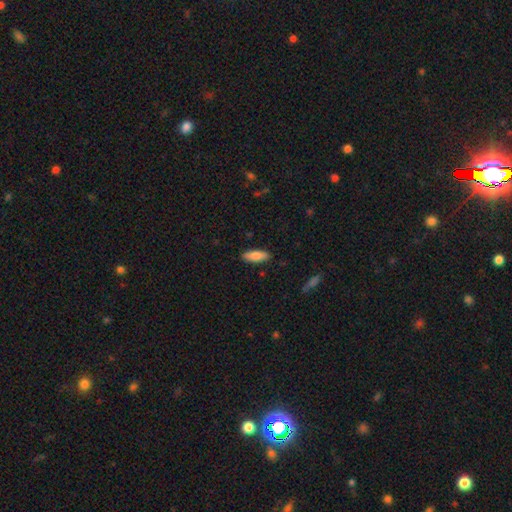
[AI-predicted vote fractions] smooth 82%, featured or disk 12%, star or artifact 6%. Down the decision tree: how rounded — in between (63%); merging — none (88%).